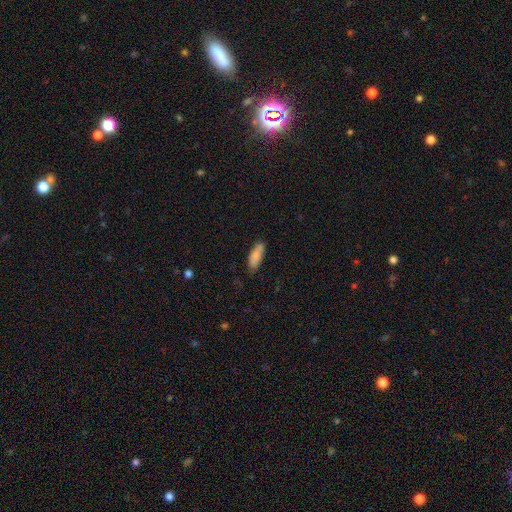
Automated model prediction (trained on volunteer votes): Q: Smooth or featured?
A: smooth (80%); runner-up: featured or disk (13%)
Q: How rounded?
A: in between (66%); runner-up: cigar-shaped (32%)
Q: Merging?
A: none (74%); runner-up: minor disturbance (20%)